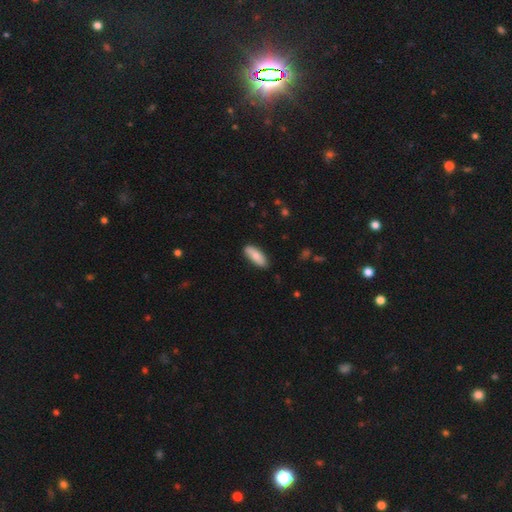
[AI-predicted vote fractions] This appears to be a smooth galaxy with no disk features (75%) that is in between round and cigar-shaped (73%). Merging: none (83%).